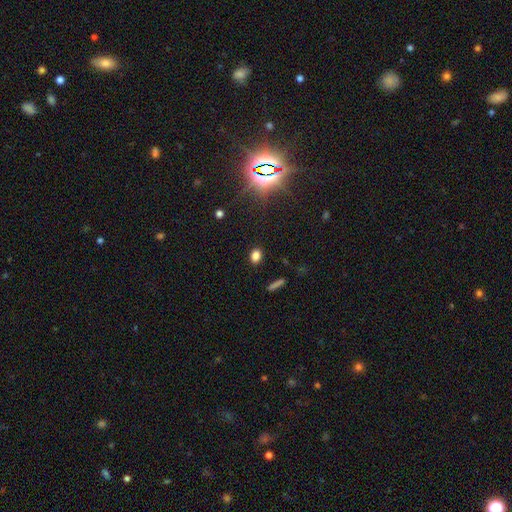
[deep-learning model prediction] A smooth galaxy with no disk features (80%) that is in between round and cigar-shaped (69%).

Vote fractions:
- Smooth or featured? smooth: 80% / star or artifact: 15% / featured or disk: 6%
- How rounded? in between: 69% / round: 29% / cigar-shaped: 3%
- Merging? none: 88% / minor disturbance: 8% / major disturbance: 3% / merger: 2%